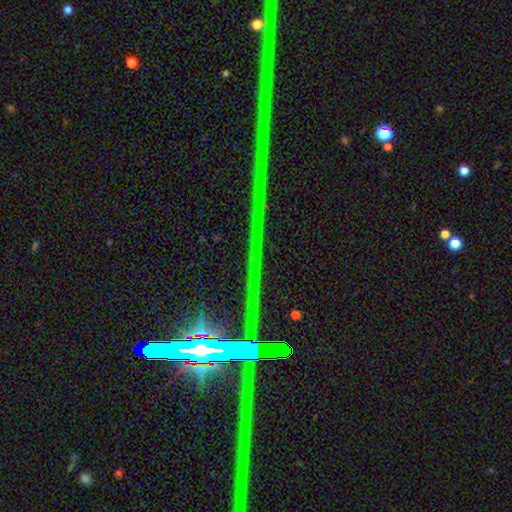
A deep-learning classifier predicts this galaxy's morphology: smooth_or_featured: star or artifact (p=0.74) [alt: featured or disk p=0.20]